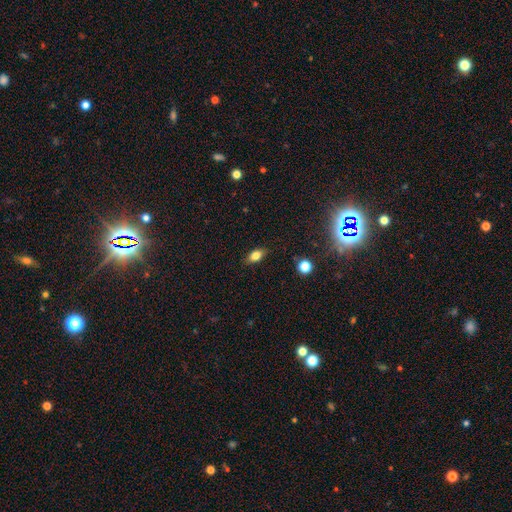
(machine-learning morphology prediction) type=smooth (75%); roundness=in between (81%); merging=none (84%).